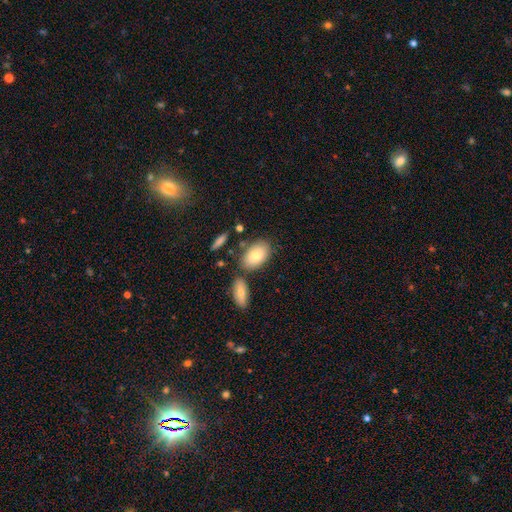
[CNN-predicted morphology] type=smooth (78%); roundness=in between (91%); merging=none (67%).